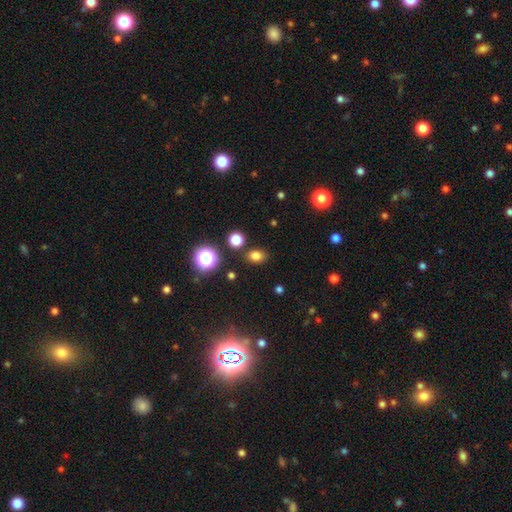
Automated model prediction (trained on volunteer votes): A smooth galaxy with no disk features (77%) that is in between round and cigar-shaped (59%). Merging: none (83%).